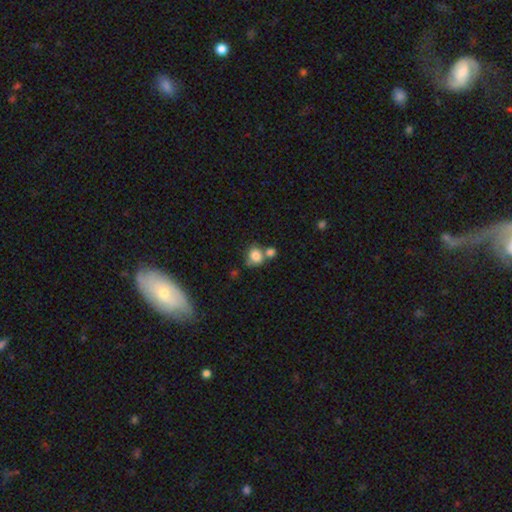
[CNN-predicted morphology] Q: Smooth or featured?
A: smooth (82%); runner-up: star or artifact (10%)
Q: How rounded?
A: round (69%); runner-up: in between (30%)
Q: Merging?
A: none (48%); runner-up: merger (36%)